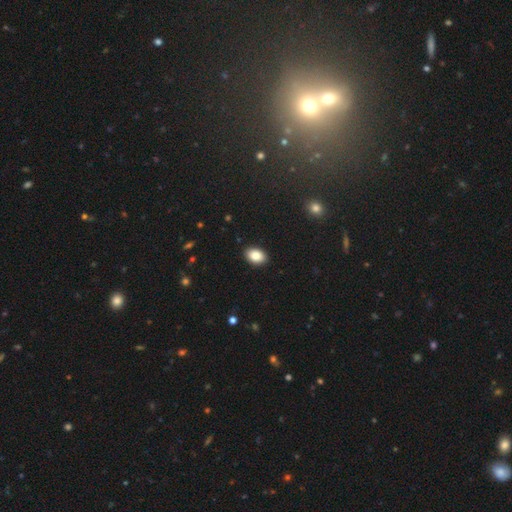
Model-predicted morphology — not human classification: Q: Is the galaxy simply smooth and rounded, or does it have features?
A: smooth — 86%.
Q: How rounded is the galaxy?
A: in between — 86%.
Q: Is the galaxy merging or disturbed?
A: none — 90%.